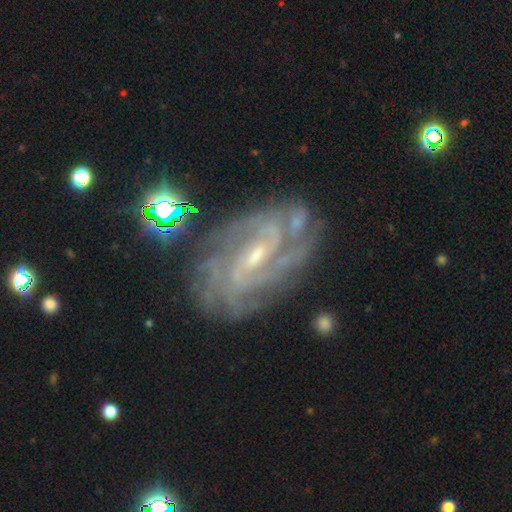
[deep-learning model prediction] This appears to be a featured or disk galaxy (88%) with a weak bar (46%), tight (59%) spiral arms (97%) and a small central bulge (71%). Merging: none (75%).